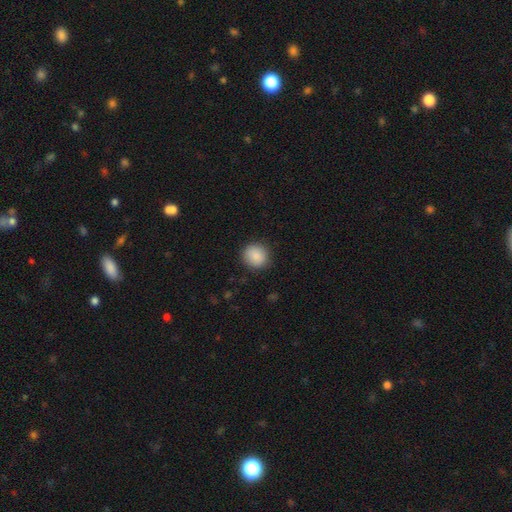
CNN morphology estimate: This is clearly a smooth galaxy (88%). How rounded: clearly round (85%). Merging: clearly none (88%).